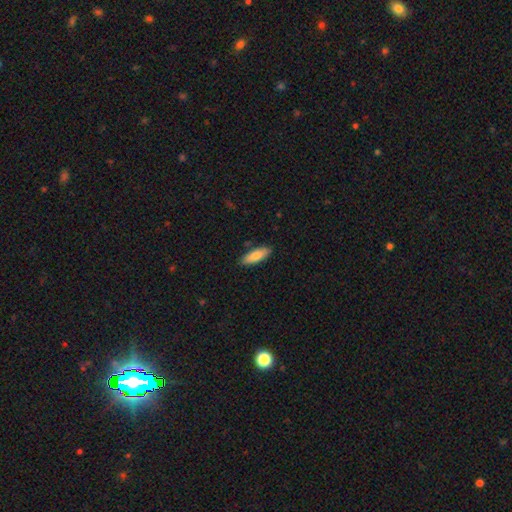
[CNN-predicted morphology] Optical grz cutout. It shows a smooth galaxy with no disk features (82%) that is in between round and cigar-shaped (58%). Merging: none (85%).